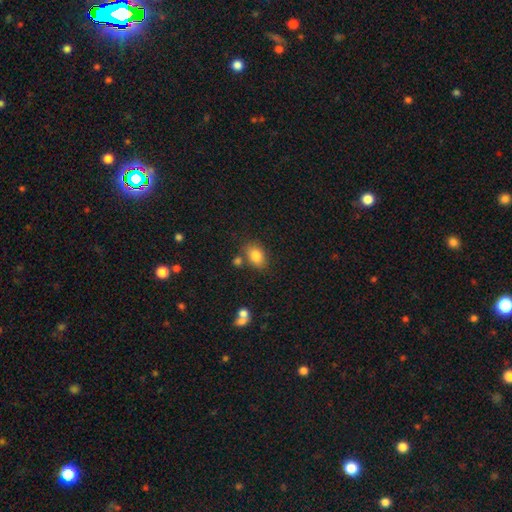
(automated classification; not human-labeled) This appears to be a smooth galaxy with no disk features (83%) that is in between round and cigar-shaped (77%). Merging: none (71%).